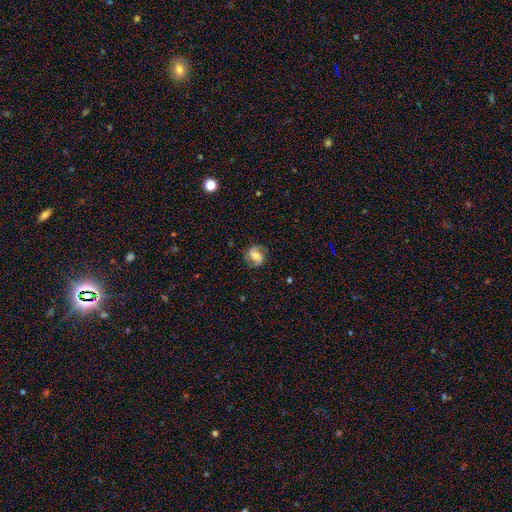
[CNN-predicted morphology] Smooth or featured: featured or disk — 70% (smooth — 23%)
Edge-on disk: no — 97% (yes — 3%)
Bar: weak — 43% (no — 31%)
Spiral arms: yes — 92% (no — 8%)
Spiral winding: medium — 46% (loose — 32%)
Spiral arm count: 2 — 89% (can't tell — 5%)
Bulge size: moderate — 58% (small — 26%)
Merging: none — 80% (minor disturbance — 14%)